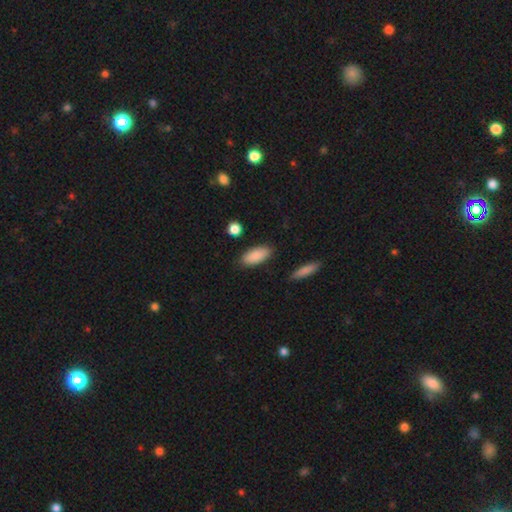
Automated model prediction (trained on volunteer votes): A smooth galaxy with no disk features (88%) that is in between round and cigar-shaped (85%). Merging: none (85%).